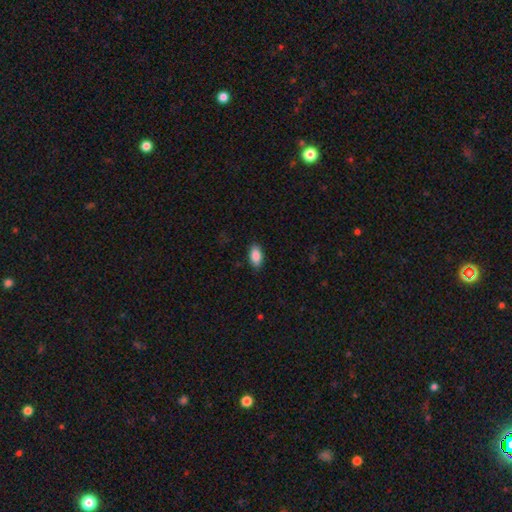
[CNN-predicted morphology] A smooth galaxy with no disk features (87%) that is in between round and cigar-shaped (92%). Merging: none (87%).